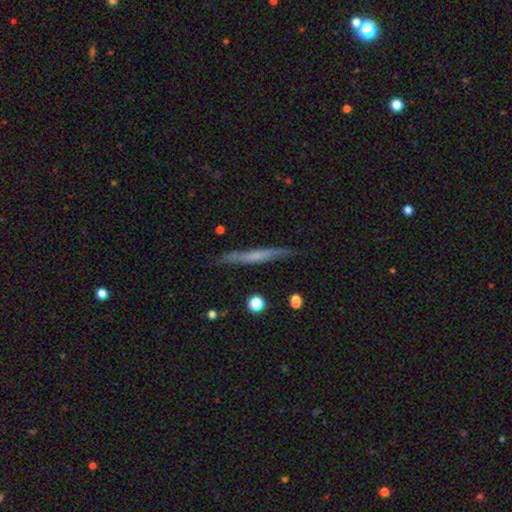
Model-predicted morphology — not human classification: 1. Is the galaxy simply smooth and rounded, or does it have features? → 49% featured or disk, 44% smooth, 7% star or artifact.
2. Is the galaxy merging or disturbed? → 85% none, 11% minor disturbance, 2% major disturbance, 2% merger.